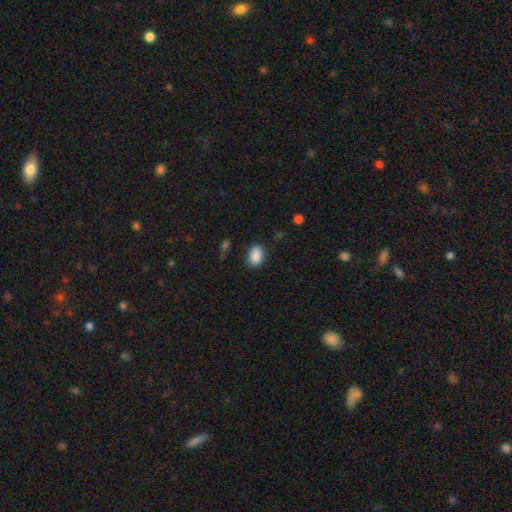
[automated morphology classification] Smooth or featured?
  - smooth: 89% *
  - star or artifact: 8%
  - featured or disk: 3%
How rounded?
  - in between: 84% *
  - round: 14%
  - cigar-shaped: 1%
Merging?
  - none: 81% *
  - minor disturbance: 14%
  - major disturbance: 4%
  - merger: 2%